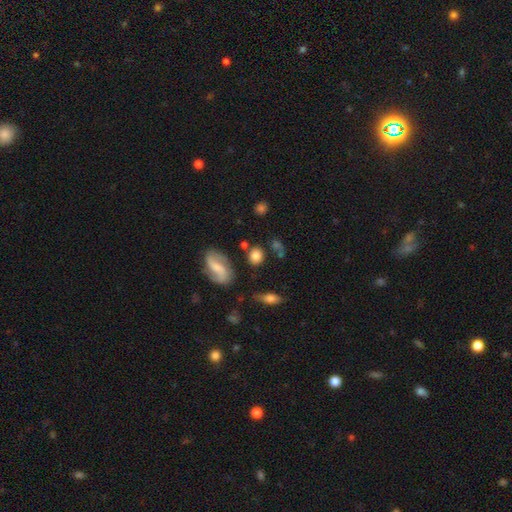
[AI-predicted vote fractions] Smooth or featured?
  - smooth: 72% *
  - featured or disk: 18%
  - star or artifact: 10%
How rounded?
  - round: 59% *
  - in between: 38%
  - cigar-shaped: 3%
Merging?
  - none: 72% *
  - minor disturbance: 14%
  - merger: 9%
  - major disturbance: 5%